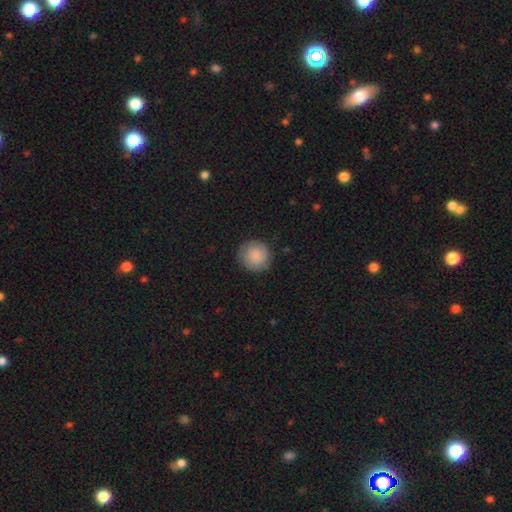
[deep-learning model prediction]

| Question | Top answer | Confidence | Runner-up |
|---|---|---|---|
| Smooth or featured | smooth | 86% | featured or disk (7%) |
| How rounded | round | 92% | in between (7%) |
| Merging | none | 86% | minor disturbance (11%) |